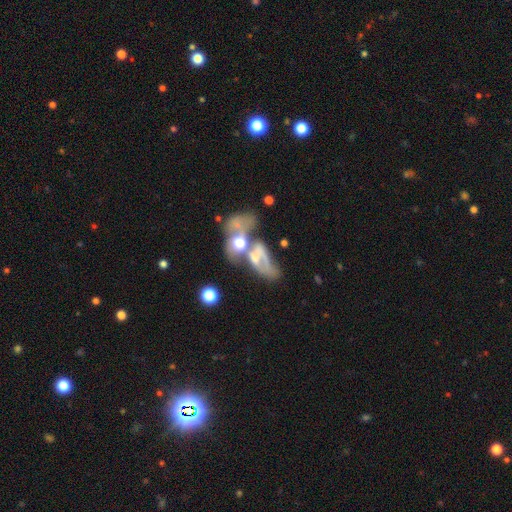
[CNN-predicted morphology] Smooth or featured? featured or disk (54%)
Edge-on disk? no (91%)
Merging? merger (69%)